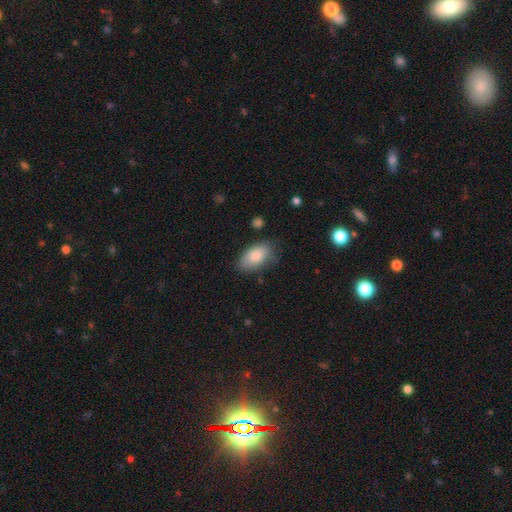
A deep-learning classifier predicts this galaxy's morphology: smooth-or-featured: smooth: 81% | featured or disk: 12% | star or artifact: 7%
  how-rounded: in between: 93% | round: 4% | cigar-shaped: 3%
  merging: none: 72% | minor disturbance: 22% | major disturbance: 5% | merger: 2%